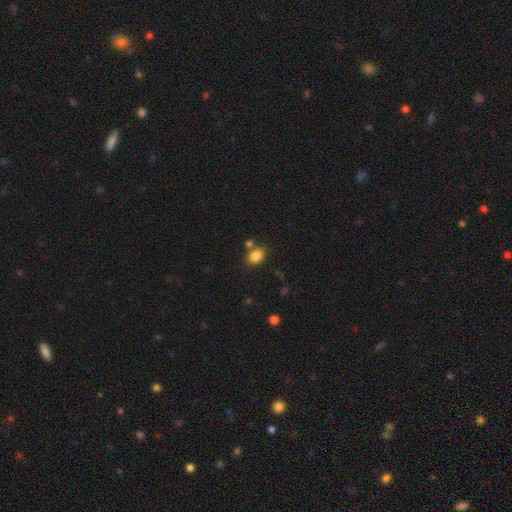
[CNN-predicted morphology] Smooth or featured?
  - smooth: 84% *
  - star or artifact: 10%
  - featured or disk: 6%
How rounded?
  - in between: 71% *
  - round: 28%
  - cigar-shaped: 1%
Merging?
  - none: 71% *
  - merger: 13%
  - minor disturbance: 12%
  - major disturbance: 3%